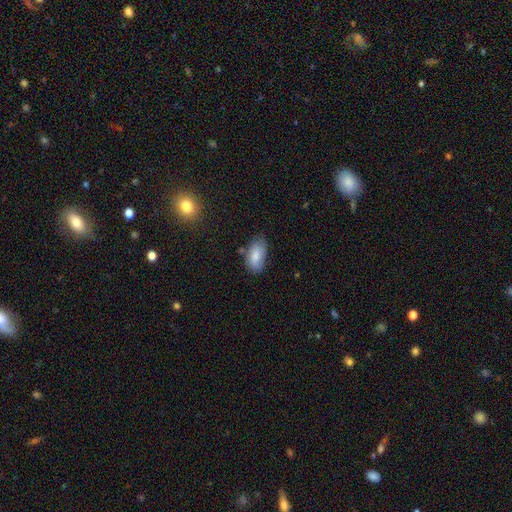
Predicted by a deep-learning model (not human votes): smooth_or_featured: smooth (p=0.81) [alt: featured or disk p=0.12]
how_rounded: in between (p=0.93) [alt: round p=0.04]
merging: none (p=0.69) [alt: minor disturbance p=0.23]